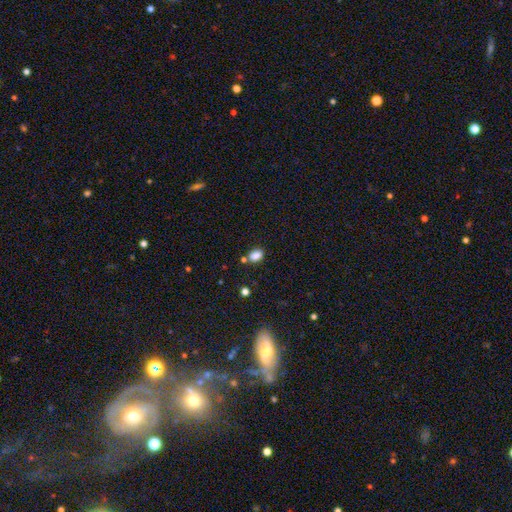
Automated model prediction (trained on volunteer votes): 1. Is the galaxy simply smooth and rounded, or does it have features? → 84% smooth, 11% star or artifact, 5% featured or disk.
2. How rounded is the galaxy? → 74% in between, 24% round, 1% cigar-shaped.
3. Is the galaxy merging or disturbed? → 69% none, 14% minor disturbance, 13% merger, 4% major disturbance.